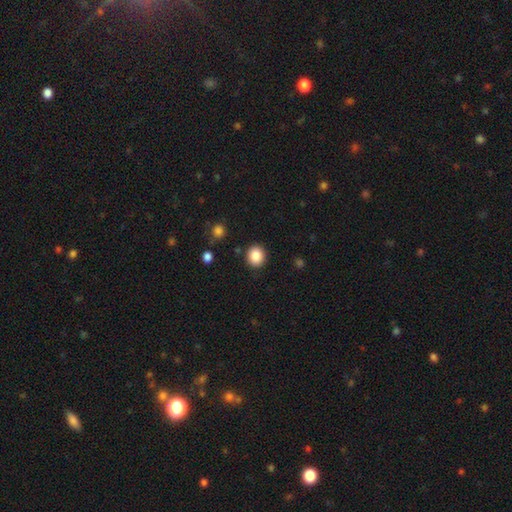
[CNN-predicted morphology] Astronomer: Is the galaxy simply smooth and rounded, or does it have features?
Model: smooth — 87%.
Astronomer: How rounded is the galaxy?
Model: round — 82%.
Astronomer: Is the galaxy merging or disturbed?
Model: none — 89%.